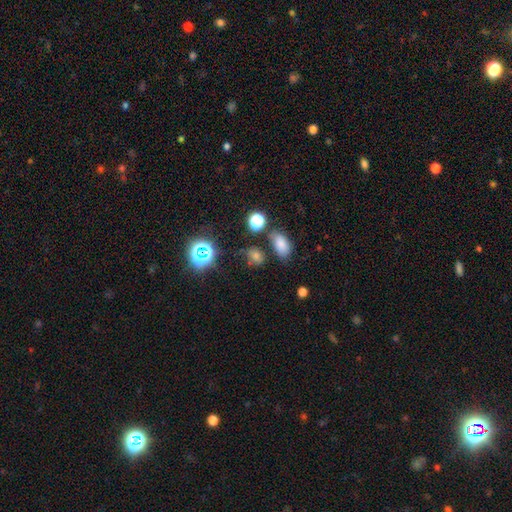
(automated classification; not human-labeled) This is possibly a smooth galaxy (54%). How rounded: likely in between (63%). Merging: likely none (68%).